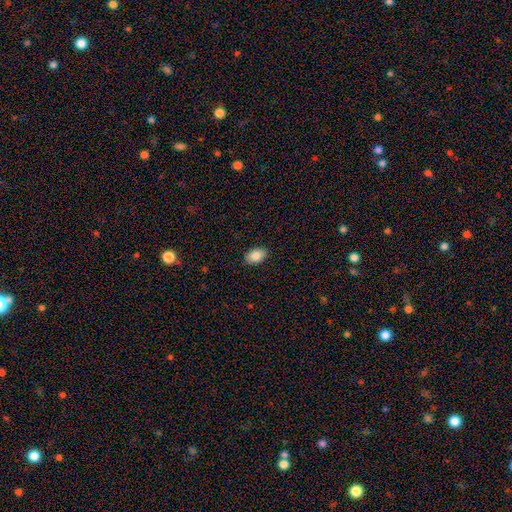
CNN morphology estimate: Smooth or featured: smooth — 84% (featured or disk — 9%)
How rounded: in between — 87% (round — 12%)
Merging: none — 88% (minor disturbance — 9%)